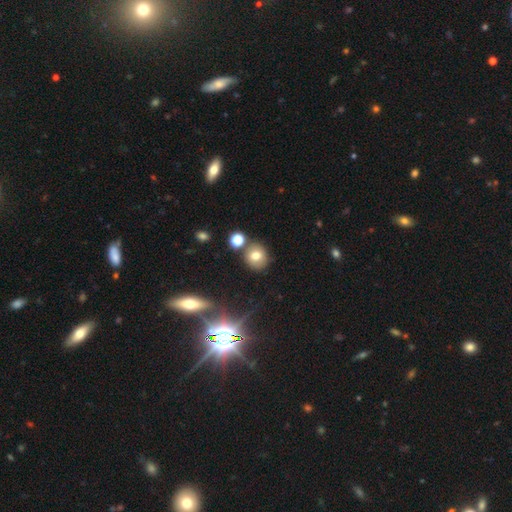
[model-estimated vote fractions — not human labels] Morphology: type=smooth (72%); roundness=round (81%); merging=none (77%).